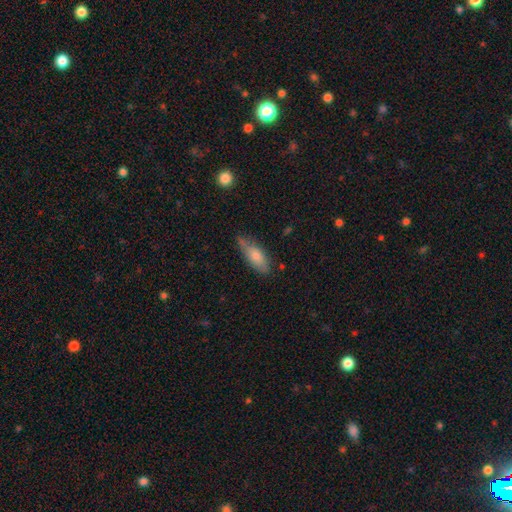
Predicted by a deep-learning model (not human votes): smooth-or-featured: smooth: 71% | featured or disk: 22% | star or artifact: 7%
  how-rounded: in between: 64% | cigar-shaped: 34% | round: 3%
  merging: none: 64% | minor disturbance: 28% | major disturbance: 6% | merger: 3%